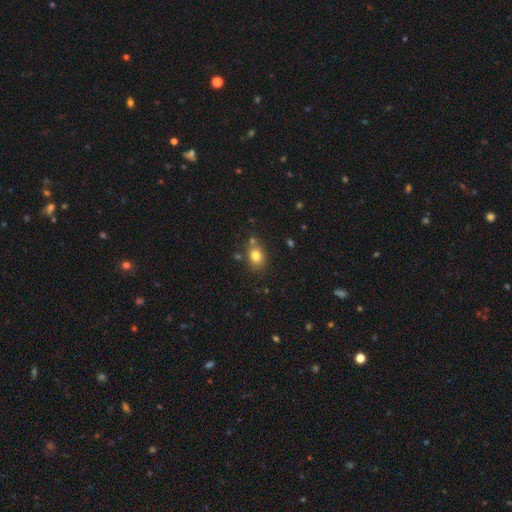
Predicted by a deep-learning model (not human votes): Smooth or featured?
  - smooth: 79% *
  - star or artifact: 11%
  - featured or disk: 9%
How rounded?
  - in between: 54% *
  - round: 45%
  - cigar-shaped: 1%
Merging?
  - none: 72% *
  - minor disturbance: 15%
  - merger: 9%
  - major disturbance: 4%